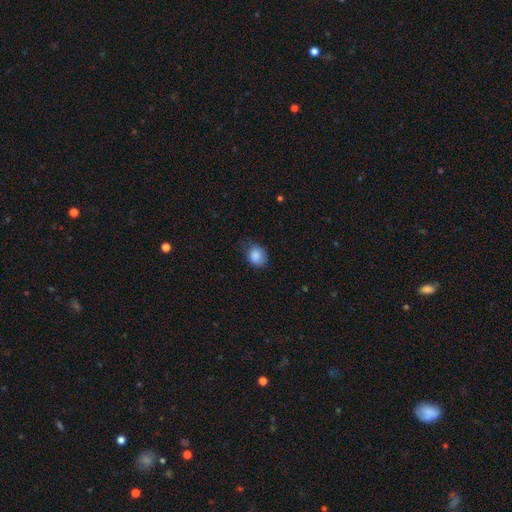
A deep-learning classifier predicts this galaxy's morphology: Smooth or featured? smooth (87%)
How rounded? round (53%)
Merging? none (65%)